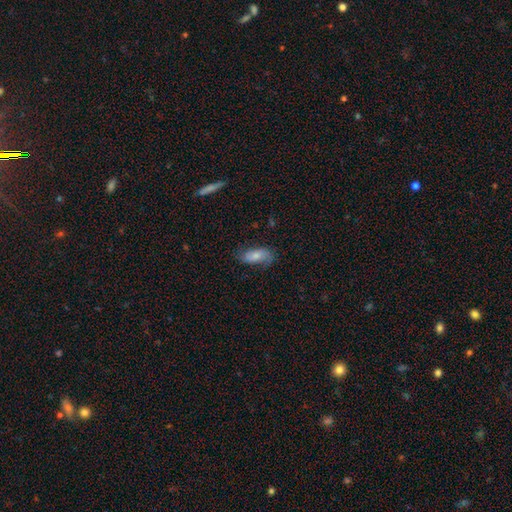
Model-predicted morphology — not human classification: Smooth or featured: smooth — 61% (featured or disk — 32%)
How rounded: in between — 87% (cigar-shaped — 9%)
Merging: none — 65% (minor disturbance — 24%)